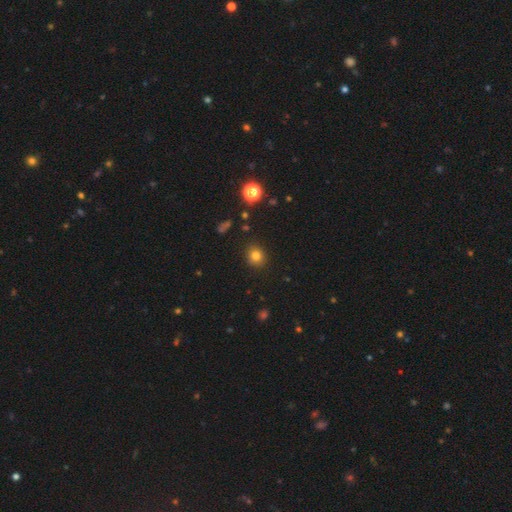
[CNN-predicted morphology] smooth 80%, star or artifact 14%, featured or disk 7%. Down the decision tree: how rounded — round (82%); merging — none (89%).